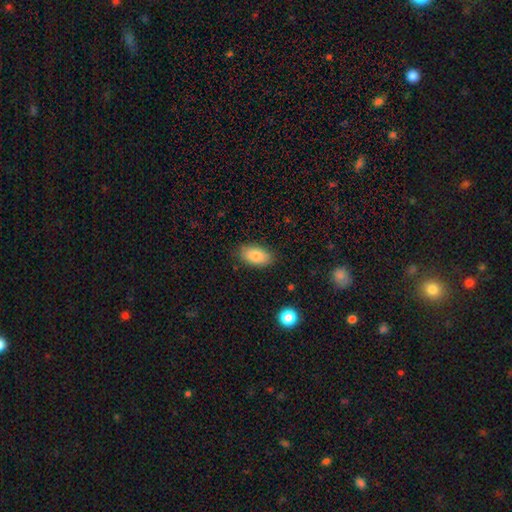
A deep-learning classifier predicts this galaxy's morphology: A smooth galaxy with no disk features (84%) that is in between round and cigar-shaped (93%).

Vote fractions:
- Smooth or featured? smooth: 84% / featured or disk: 8% / star or artifact: 8%
- How rounded? in between: 93% / round: 5% / cigar-shaped: 2%
- Merging? none: 85% / minor disturbance: 11% / major disturbance: 3% / merger: 1%